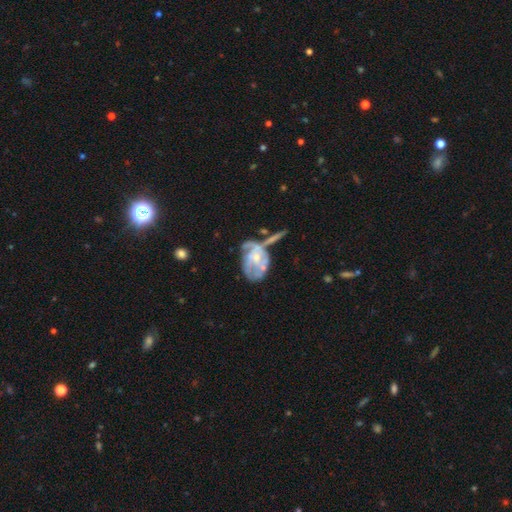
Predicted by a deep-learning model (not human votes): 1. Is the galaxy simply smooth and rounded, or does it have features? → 74% featured or disk, 19% smooth, 7% star or artifact.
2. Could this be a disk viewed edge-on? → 96% no, 4% yes.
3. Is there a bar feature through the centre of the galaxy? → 72% no, 23% weak, 4% strong.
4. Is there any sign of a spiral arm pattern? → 71% yes, 29% no.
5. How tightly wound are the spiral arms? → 45% tight, 37% medium, 18% loose.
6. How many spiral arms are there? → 43% can't tell, 21% 3, 18% 2, 8% 4, 6% 1, 4% more than 4.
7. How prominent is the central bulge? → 54% small, 34% moderate, 8% none, 3% large, 1% dominant.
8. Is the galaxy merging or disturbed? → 31% none, 26% merger, 23% major disturbance, 21% minor disturbance.